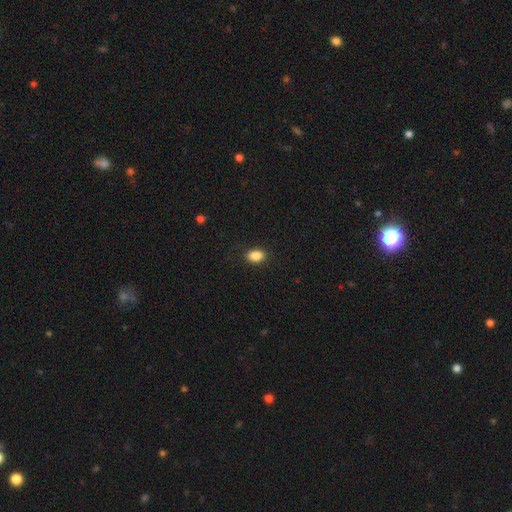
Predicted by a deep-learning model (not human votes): Overall: smooth (87%). How rounded: in between (81%). Merging: none (88%).